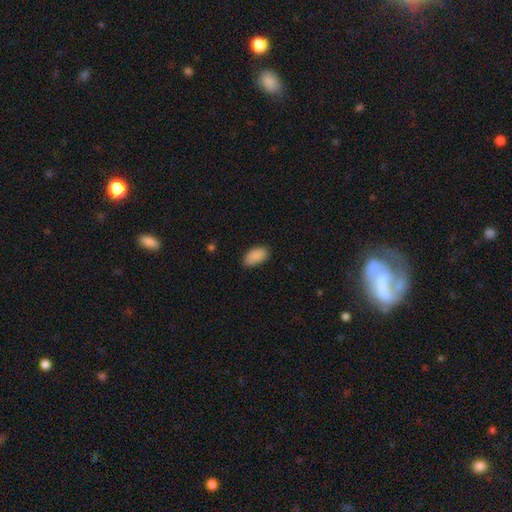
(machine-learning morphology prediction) smooth 90%, star or artifact 7%, featured or disk 4%. Down the decision tree: how rounded — in between (95%); merging — none (85%).